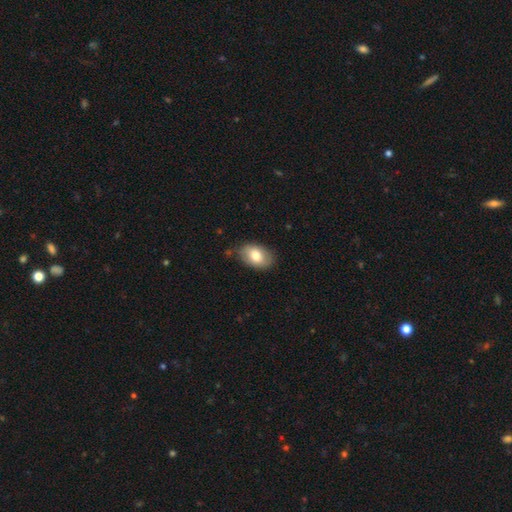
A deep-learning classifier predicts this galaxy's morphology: This appears to be a smooth galaxy with no disk features (78%) that is in between round and cigar-shaped (88%). Merging: none (80%).